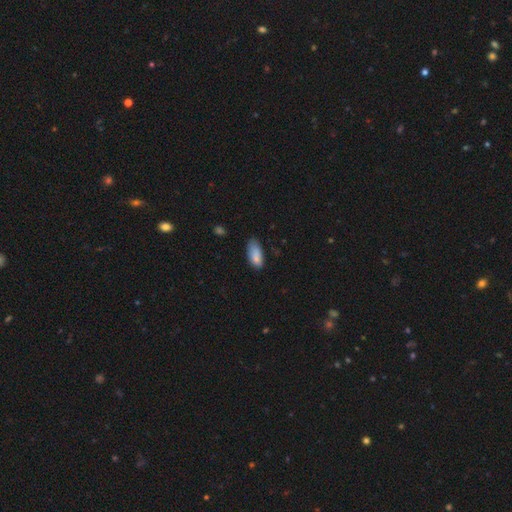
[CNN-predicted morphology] A smooth galaxy with no disk features (85%) that is in between round and cigar-shaped (85%). Merging: none (60%).